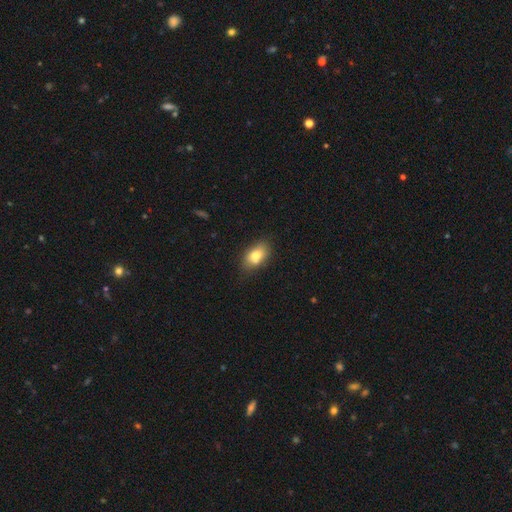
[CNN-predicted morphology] smooth-or-featured: smooth: 77% | featured or disk: 14% | star or artifact: 9%
  how-rounded: in between: 86% | round: 11% | cigar-shaped: 3%
  merging: none: 71% | minor disturbance: 20% | merger: 5% | major disturbance: 4%